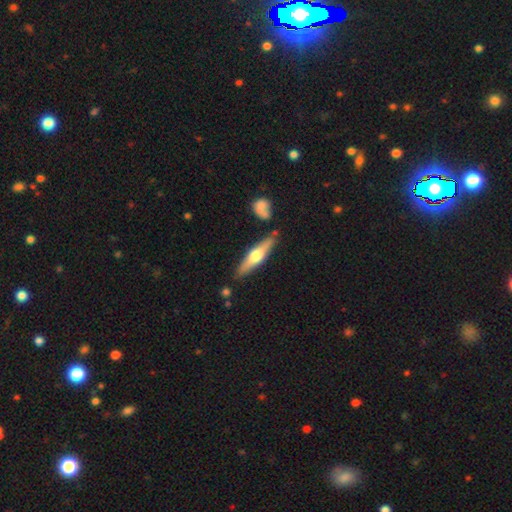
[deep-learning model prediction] featured or disk 57%, smooth 38%, star or artifact 5%. Down the decision tree: edge-on disk — yes (94%); edge-on bulge — rounded (93%); merging — none (83%).